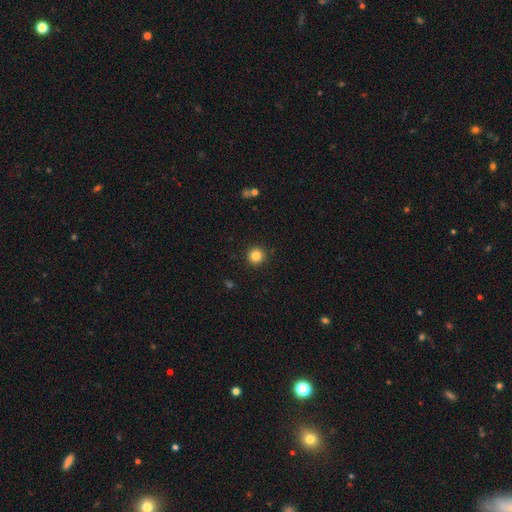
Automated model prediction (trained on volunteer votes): A smooth galaxy with no disk features (84%) that is round (96%).

Vote fractions:
- Smooth or featured? smooth: 84% / star or artifact: 11% / featured or disk: 5%
- How rounded? round: 96% / in between: 3% / cigar-shaped: 1%
- Merging? none: 93% / minor disturbance: 4% / major disturbance: 2% / merger: 1%